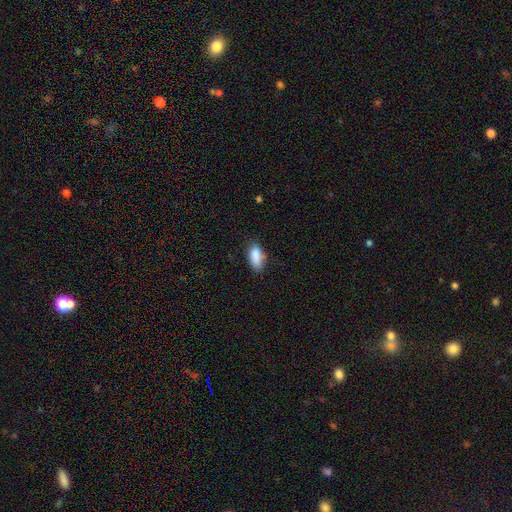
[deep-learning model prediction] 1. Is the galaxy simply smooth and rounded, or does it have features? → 87% smooth, 8% star or artifact, 5% featured or disk.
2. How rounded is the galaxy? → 86% in between, 11% cigar-shaped, 3% round.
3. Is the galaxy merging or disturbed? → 71% none, 23% minor disturbance, 4% major disturbance, 2% merger.